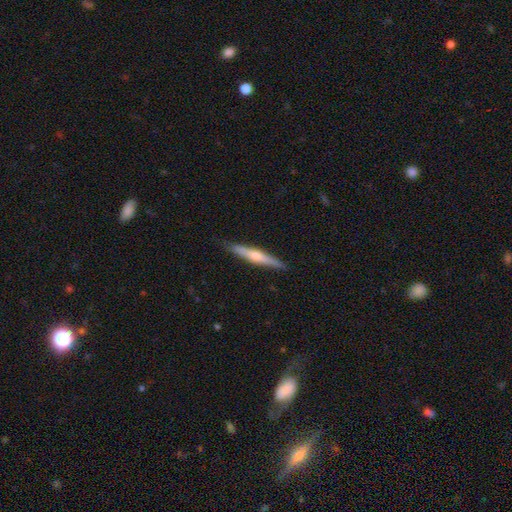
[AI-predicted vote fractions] Overall: featured or disk (59%; smooth 36%). Edge-on disk: yes (97%). Edge-on bulge: rounded (80%). Merging: none (89%).